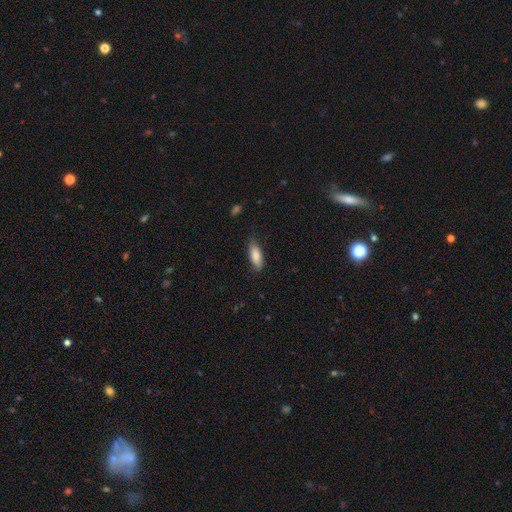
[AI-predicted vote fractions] smooth 84%, featured or disk 10%, star or artifact 6%. Down the decision tree: how rounded — in between (74%); merging — none (75%).